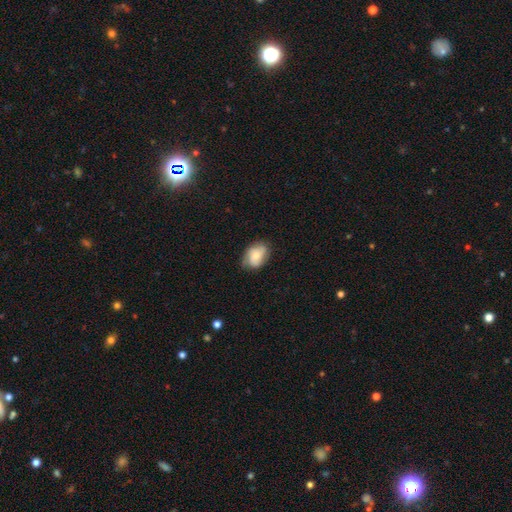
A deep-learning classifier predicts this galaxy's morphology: Smooth or featured? smooth (66%)
How rounded? in between (78%)
Merging? none (69%)